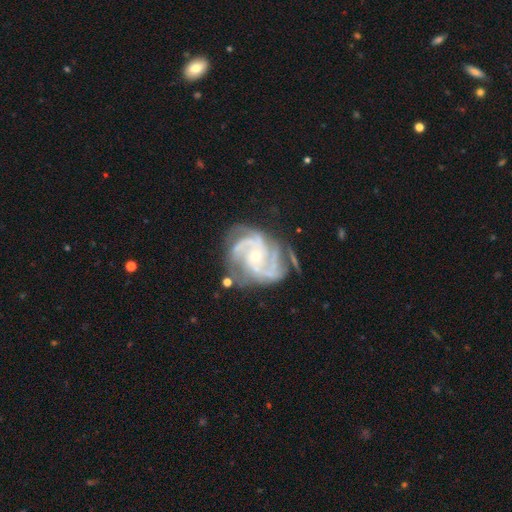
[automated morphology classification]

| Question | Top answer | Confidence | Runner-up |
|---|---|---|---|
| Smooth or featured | featured or disk | 91% | star or artifact (6%) |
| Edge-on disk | no | 98% | yes (2%) |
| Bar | no | 70% | weak (23%) |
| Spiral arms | yes | 98% | no (2%) |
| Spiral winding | tight | 50% | medium (43%) |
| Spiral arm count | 3 | 41% | 4 (21%) |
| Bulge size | small | 70% | moderate (26%) |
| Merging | none | 66% | minor disturbance (21%) |